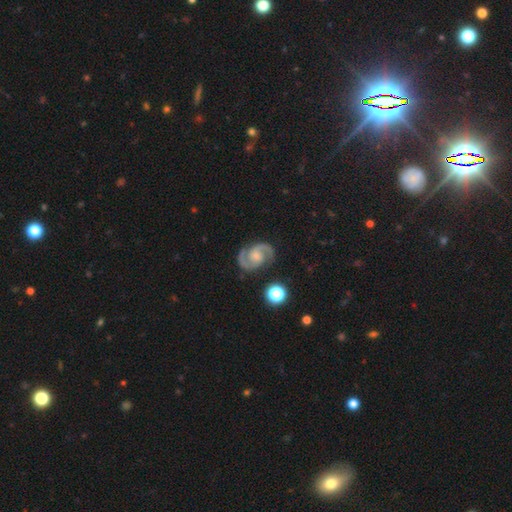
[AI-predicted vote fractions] This appears to be a featured or disk galaxy (91%) with no bar (54%), 2 (94%) medium (62%) spiral arms (98%) and a small central bulge (35%). Merging: none (83%).